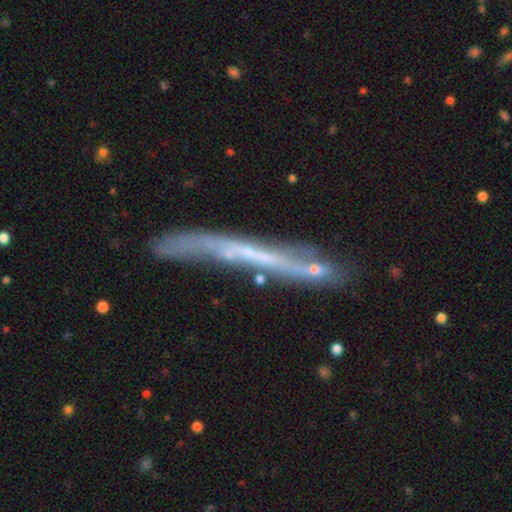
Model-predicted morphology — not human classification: Smooth or featured: featured or disk — 61% (smooth — 29%)
Edge-on disk: yes — 81% (no — 19%)
Merging: none — 62% (minor disturbance — 20%)